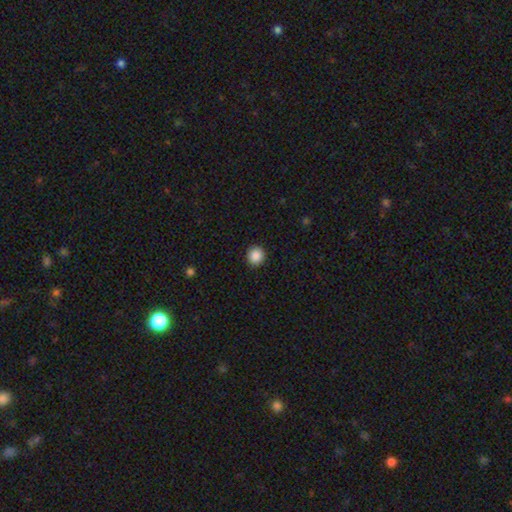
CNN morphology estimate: A smooth galaxy with no disk features (88%) that is round (91%).

Vote fractions:
- Smooth or featured? smooth: 88% / star or artifact: 9% / featured or disk: 3%
- How rounded? round: 91% / in between: 8% / cigar-shaped: 1%
- Merging? none: 92% / minor disturbance: 5% / major disturbance: 2% / merger: 1%